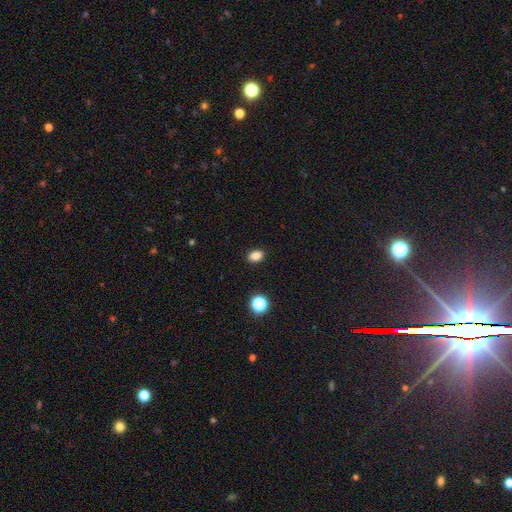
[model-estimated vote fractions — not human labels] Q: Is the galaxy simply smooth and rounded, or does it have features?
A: smooth — 83%.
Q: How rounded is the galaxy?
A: in between — 75%.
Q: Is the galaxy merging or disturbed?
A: none — 90%.